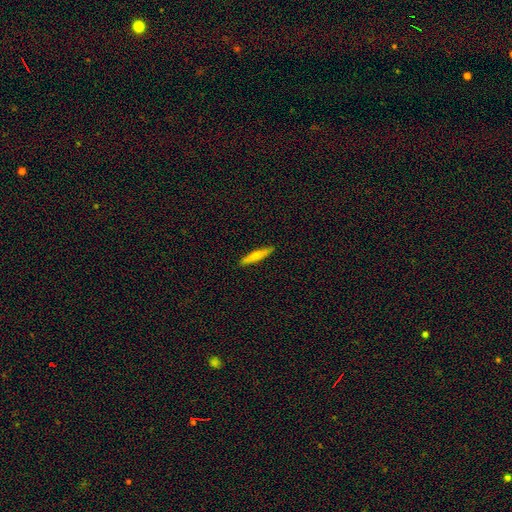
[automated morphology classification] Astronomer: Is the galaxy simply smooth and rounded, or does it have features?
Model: smooth — 68%.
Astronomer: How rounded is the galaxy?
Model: cigar-shaped — 91%.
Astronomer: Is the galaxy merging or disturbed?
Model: none — 91%.